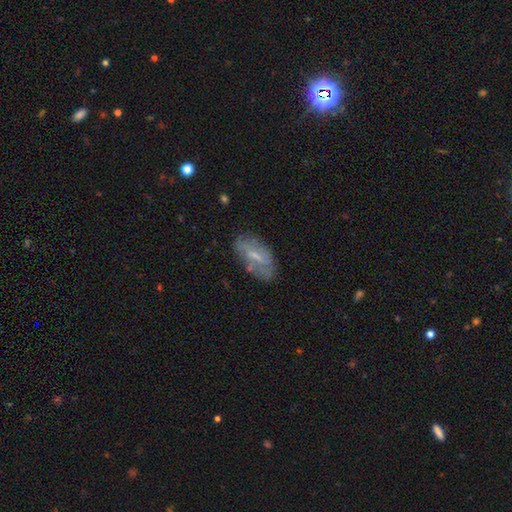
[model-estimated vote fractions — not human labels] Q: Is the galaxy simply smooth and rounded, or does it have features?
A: featured or disk — 53%.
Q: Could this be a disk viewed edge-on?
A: no — 88%.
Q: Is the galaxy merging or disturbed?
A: none — 66%.